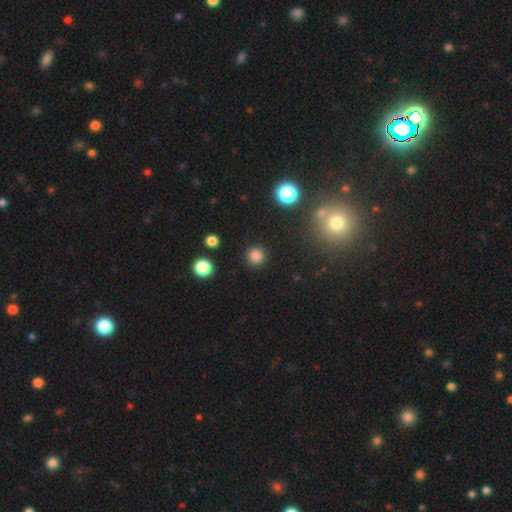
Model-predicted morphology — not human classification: smooth 82%, star or artifact 14%, featured or disk 4%. Down the decision tree: how rounded — round (94%); merging — none (90%).